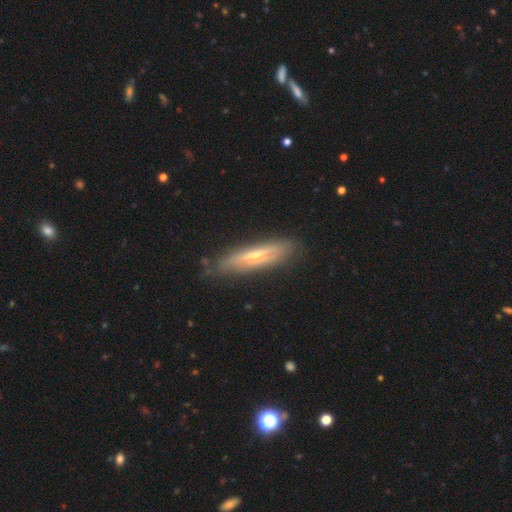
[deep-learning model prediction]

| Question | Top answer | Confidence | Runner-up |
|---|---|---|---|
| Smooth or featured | featured or disk | 60% | smooth (34%) |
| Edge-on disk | yes | 76% | no (24%) |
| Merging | none | 78% | minor disturbance (17%) |